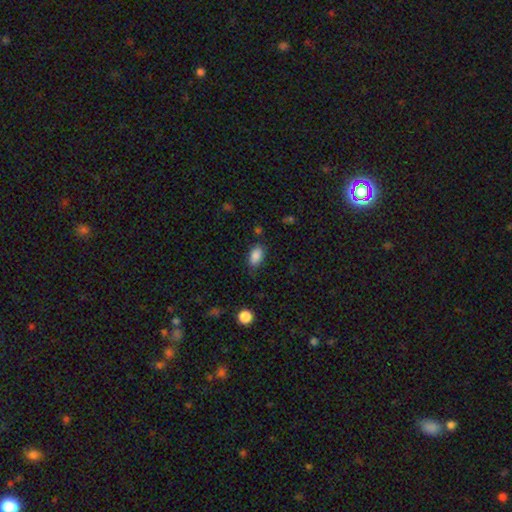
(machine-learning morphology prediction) A smooth galaxy with no disk features (87%) that is in between round and cigar-shaped (91%).

Vote fractions:
- Smooth or featured? smooth: 87% / star or artifact: 8% / featured or disk: 4%
- How rounded? in between: 91% / round: 7% / cigar-shaped: 2%
- Merging? none: 78% / minor disturbance: 16% / major disturbance: 4% / merger: 2%